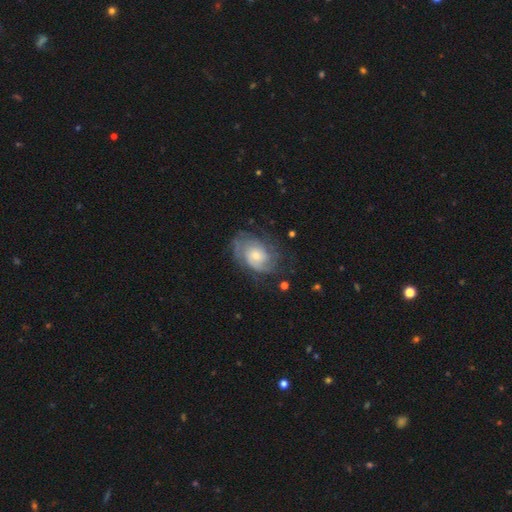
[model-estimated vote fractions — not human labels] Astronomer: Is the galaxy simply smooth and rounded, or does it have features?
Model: featured or disk — 74%.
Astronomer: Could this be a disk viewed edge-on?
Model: no — 97%.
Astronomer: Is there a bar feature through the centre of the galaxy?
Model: no — 73%.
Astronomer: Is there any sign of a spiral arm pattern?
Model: yes — 89%.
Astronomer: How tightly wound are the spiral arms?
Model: tight — 56% (runner-up: medium, 32%).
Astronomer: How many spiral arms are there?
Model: can't tell — 42% (runner-up: 2, 31%).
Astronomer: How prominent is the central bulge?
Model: small — 49% (runner-up: moderate, 42%).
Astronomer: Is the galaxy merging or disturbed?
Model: none — 62%.